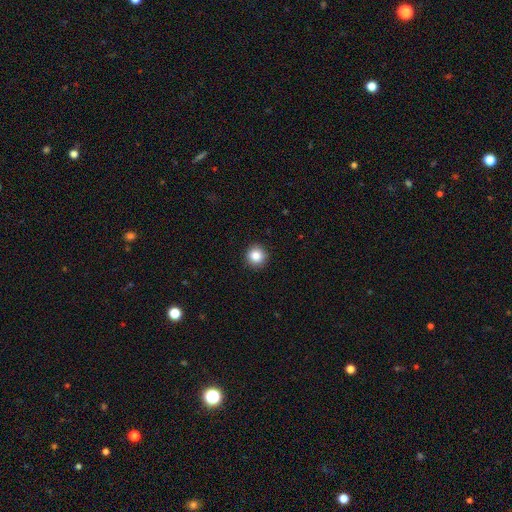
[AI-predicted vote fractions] smooth_or_featured: smooth (p=0.86) [alt: star or artifact p=0.10]
how_rounded: round (p=0.95) [alt: in between p=0.04]
merging: none (p=0.92) [alt: minor disturbance p=0.05]